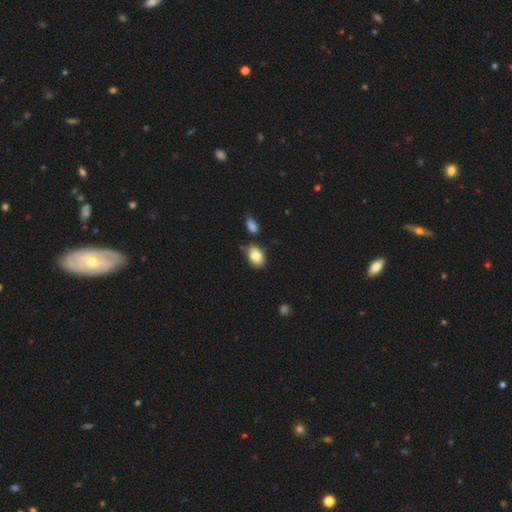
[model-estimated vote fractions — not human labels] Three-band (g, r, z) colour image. It shows a smooth galaxy with no disk features (82%) that is in between round and cigar-shaped (80%). Merging: none (77%).